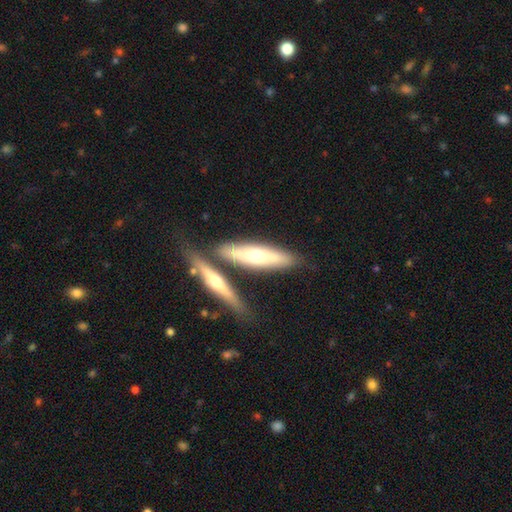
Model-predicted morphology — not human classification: Smooth or featured? Predicted: featured or disk (p=0.49). Merging? Predicted: none (p=0.62).